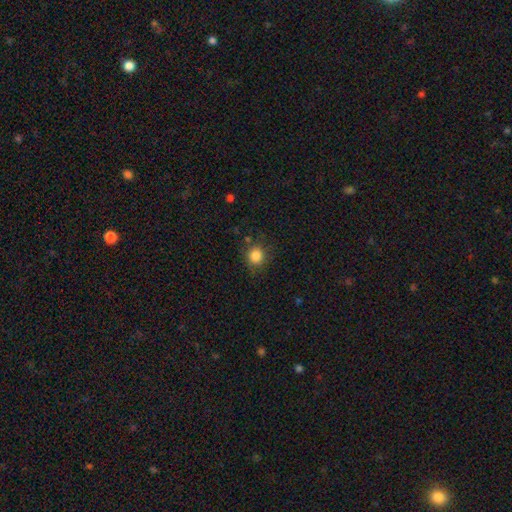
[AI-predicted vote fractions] This is clearly a smooth galaxy (85%). How rounded: clearly round (87%). Merging: likely none (80%).